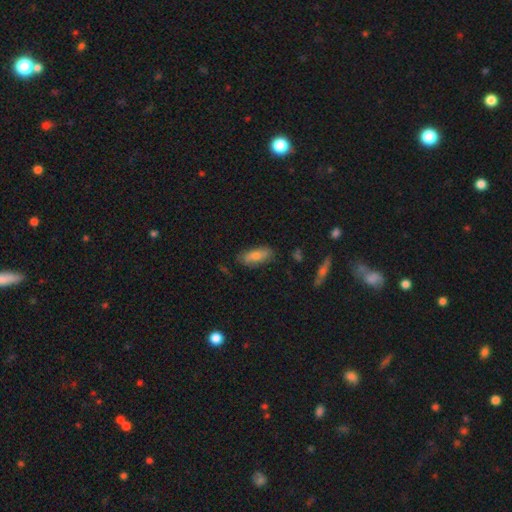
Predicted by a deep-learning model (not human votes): smooth_or_featured: smooth (p=0.73) [alt: featured or disk p=0.20]
how_rounded: in between (p=0.74) [alt: cigar-shaped p=0.23]
merging: none (p=0.77) [alt: minor disturbance p=0.18]